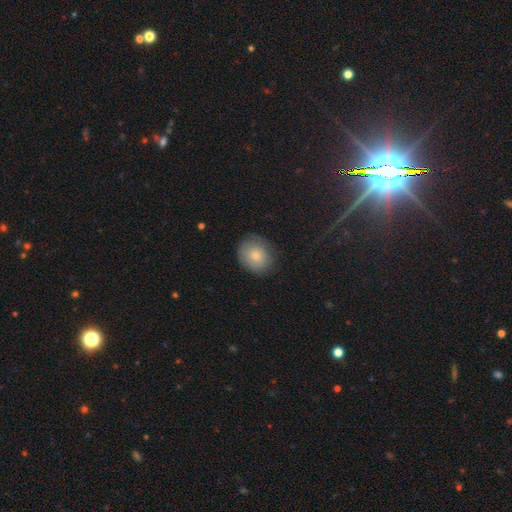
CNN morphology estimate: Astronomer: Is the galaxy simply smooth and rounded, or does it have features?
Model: smooth — 78%.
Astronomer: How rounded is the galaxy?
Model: round — 71%.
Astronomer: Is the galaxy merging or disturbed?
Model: none — 79%.